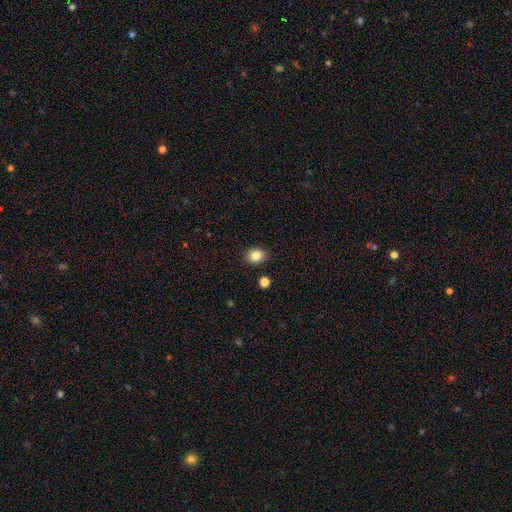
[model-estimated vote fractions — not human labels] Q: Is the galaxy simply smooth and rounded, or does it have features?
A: smooth — 85%.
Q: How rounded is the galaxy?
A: in between — 50%.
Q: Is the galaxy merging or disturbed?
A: none — 88%.